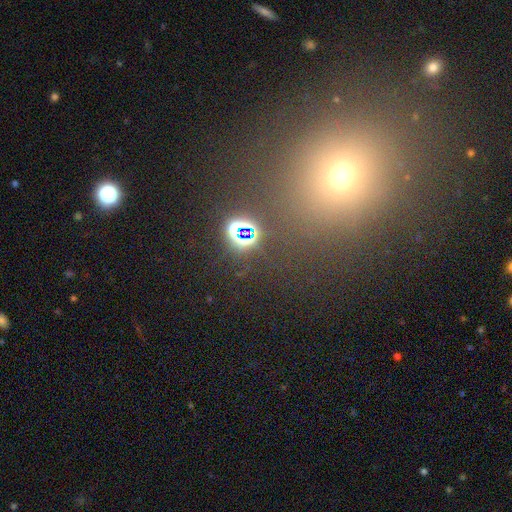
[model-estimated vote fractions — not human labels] This appears to be a star or artifact, not a galaxy (46%).